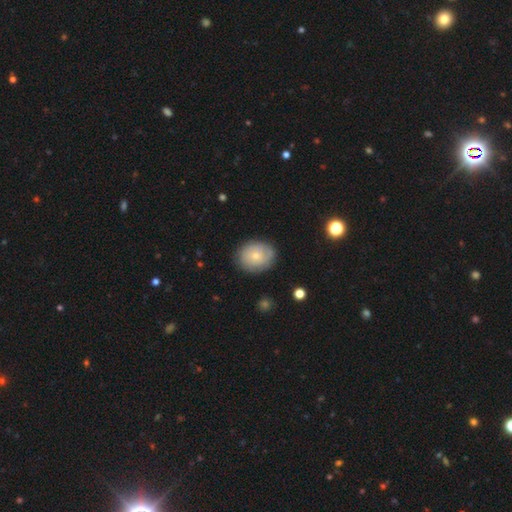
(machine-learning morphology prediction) Overall: smooth (57%; featured or disk 36%). How rounded: round (56%; in between 43%). Merging: none (78%).